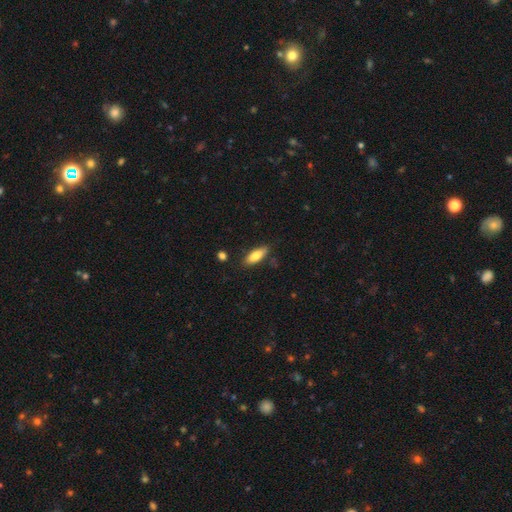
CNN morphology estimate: A smooth galaxy with no disk features (77%) that is in between round and cigar-shaped (65%).

Vote fractions:
- Smooth or featured? smooth: 77% / featured or disk: 17% / star or artifact: 6%
- How rounded? in between: 65% / cigar-shaped: 33% / round: 2%
- Merging? none: 82% / minor disturbance: 14% / major disturbance: 3% / merger: 2%